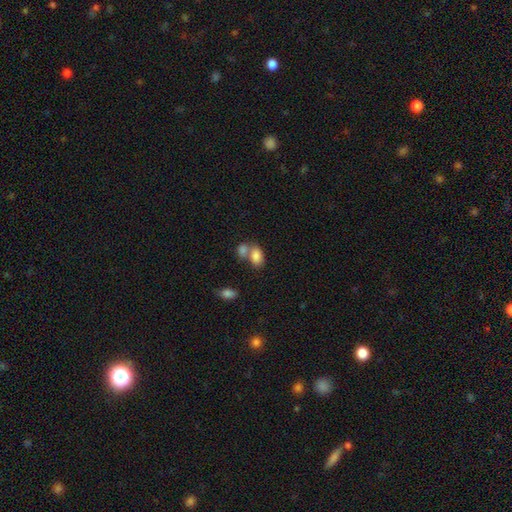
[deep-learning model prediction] This is clearly a smooth galaxy (82%). How rounded: clearly in between (89%). Merging: possibly merger (55%).